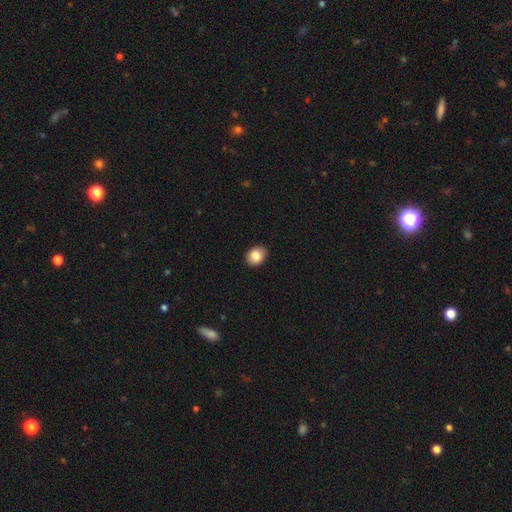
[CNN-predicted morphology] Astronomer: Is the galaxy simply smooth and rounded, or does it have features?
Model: smooth — 84%.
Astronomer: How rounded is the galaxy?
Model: in between — 56% (runner-up: round, 43%).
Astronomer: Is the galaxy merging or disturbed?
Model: none — 90%.